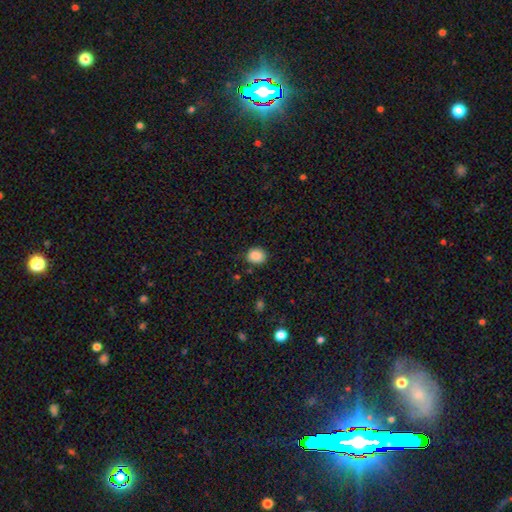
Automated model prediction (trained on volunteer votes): This is clearly a smooth galaxy (87%). How rounded: likely round (69%). Merging: clearly none (82%).